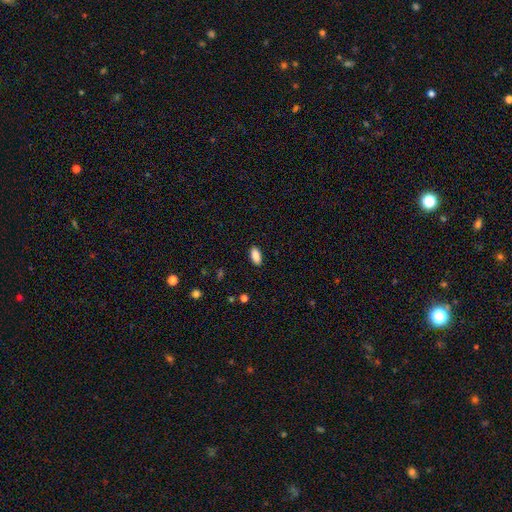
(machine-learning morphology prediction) This appears to be a smooth galaxy with no disk features (89%) that is in between round and cigar-shaped (90%). Merging: none (89%).